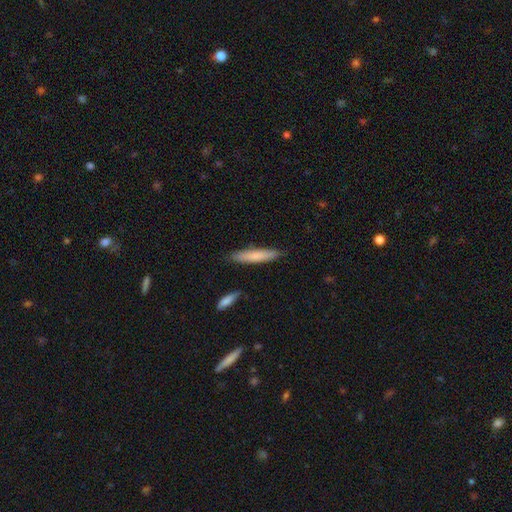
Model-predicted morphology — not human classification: Overall: smooth (78%). How rounded: cigar-shaped (88%). Merging: none (85%).